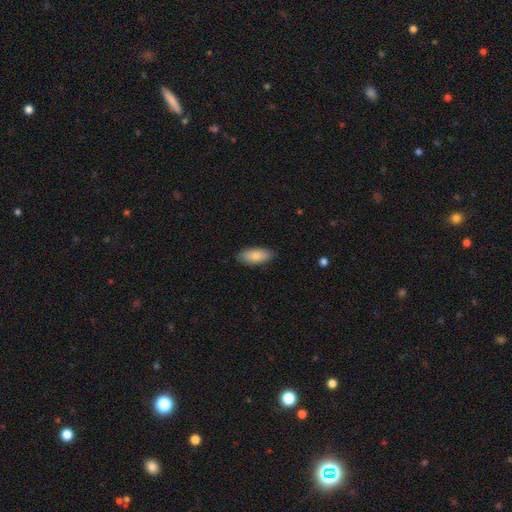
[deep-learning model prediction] smooth-or-featured: smooth: 85% | featured or disk: 9% | star or artifact: 6%
  how-rounded: in between: 89% | cigar-shaped: 9% | round: 2%
  merging: none: 84% | minor disturbance: 12% | major disturbance: 2% | merger: 1%